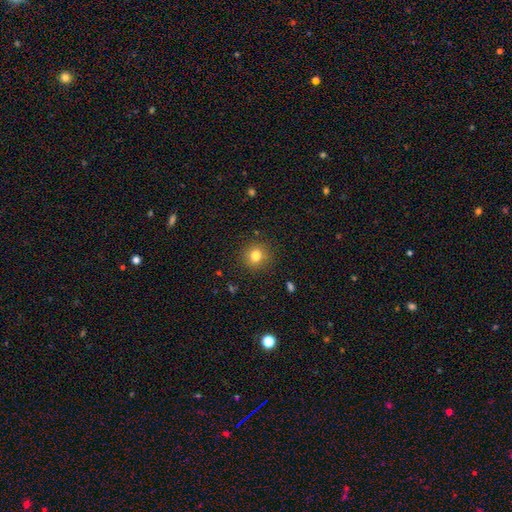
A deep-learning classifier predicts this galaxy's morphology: A smooth galaxy with no disk features (81%) that is round (90%). Merging: none (89%).